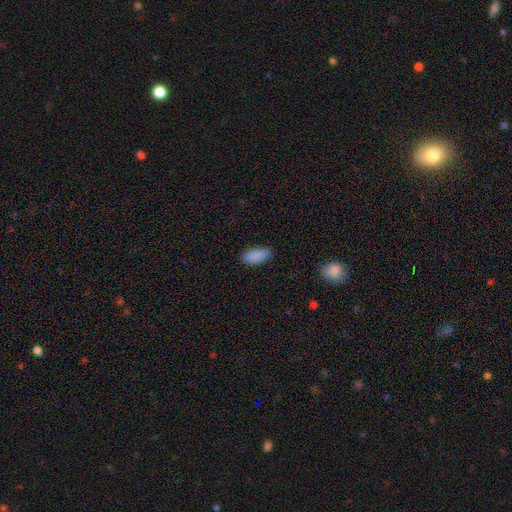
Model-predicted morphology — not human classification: Q: Smooth or featured?
A: smooth (89%); runner-up: star or artifact (8%)
Q: How rounded?
A: in between (88%); runner-up: cigar-shaped (10%)
Q: Merging?
A: none (86%); runner-up: minor disturbance (11%)